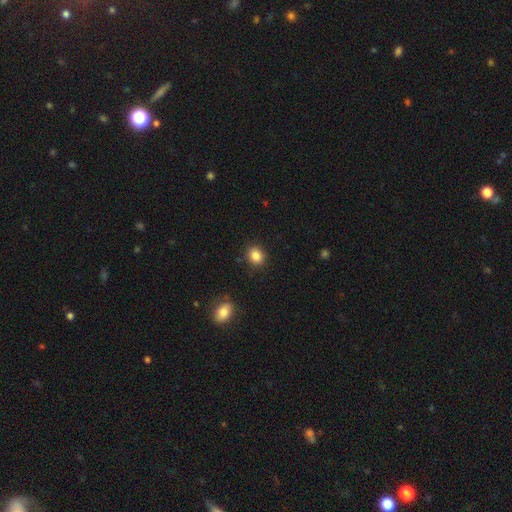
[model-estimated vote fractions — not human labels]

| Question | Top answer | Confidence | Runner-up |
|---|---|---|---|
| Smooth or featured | smooth | 86% | star or artifact (10%) |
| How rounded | round | 56% | in between (43%) |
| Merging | none | 88% | minor disturbance (8%) |